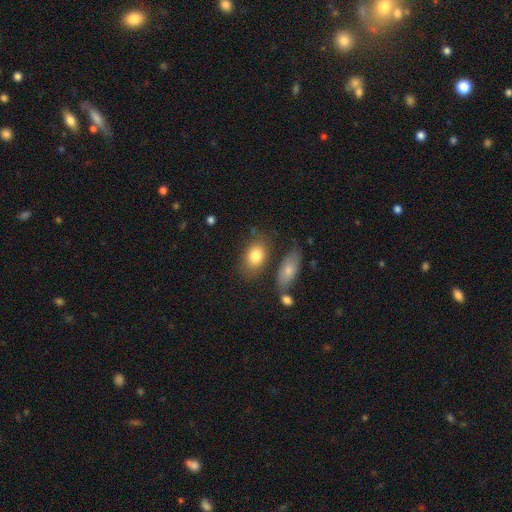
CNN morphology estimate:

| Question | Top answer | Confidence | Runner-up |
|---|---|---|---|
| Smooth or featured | smooth | 81% | featured or disk (12%) |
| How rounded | in between | 82% | round (16%) |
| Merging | none | 67% | minor disturbance (16%) |